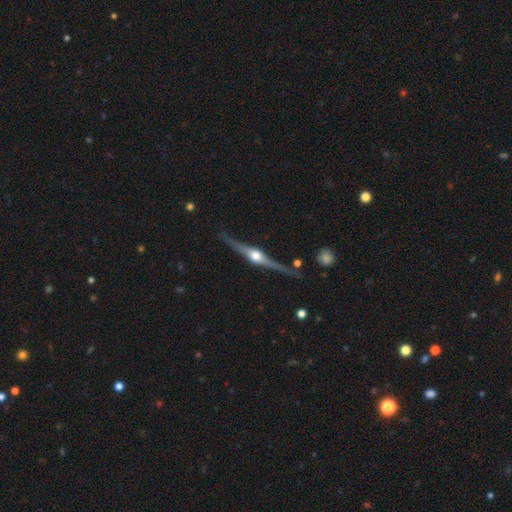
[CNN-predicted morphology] A featured or disk galaxy (87%) viewed edge-on (98%) with a rounded central bulge (95%).

Vote fractions:
- Smooth or featured? featured or disk: 87% / smooth: 9% / star or artifact: 5%
- Edge-on disk? yes: 98% / no: 2%
- Edge-on bulge? rounded: 95% / boxy: 4% / none: 1%
- Merging? none: 86% / minor disturbance: 10% / merger: 2% / major disturbance: 2%